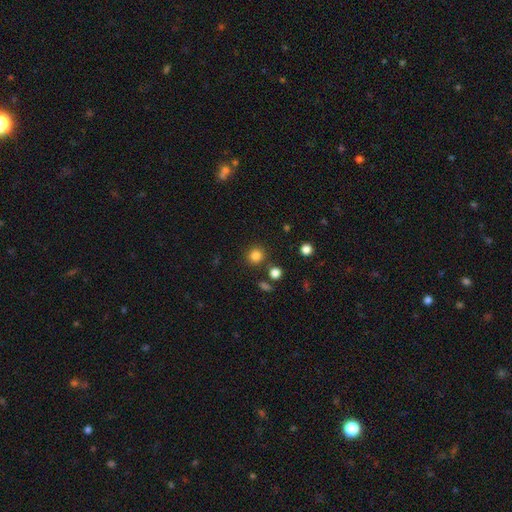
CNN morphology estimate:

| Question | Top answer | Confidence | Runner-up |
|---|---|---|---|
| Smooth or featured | smooth | 83% | star or artifact (13%) |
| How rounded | round | 90% | in between (9%) |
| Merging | none | 84% | minor disturbance (7%) |